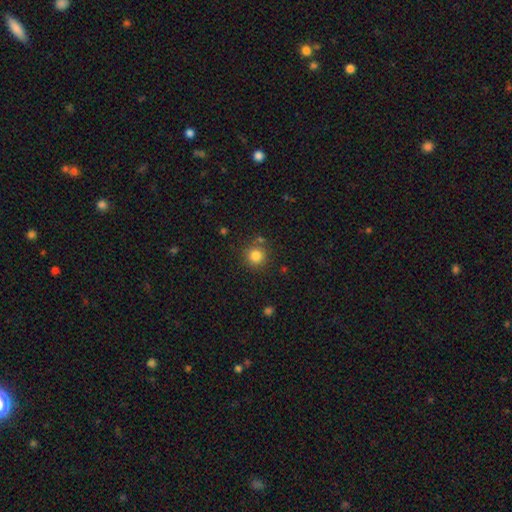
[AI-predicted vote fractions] Q: Smooth or featured?
A: smooth (82%); runner-up: star or artifact (12%)
Q: How rounded?
A: round (94%); runner-up: in between (5%)
Q: Merging?
A: none (83%); runner-up: minor disturbance (8%)